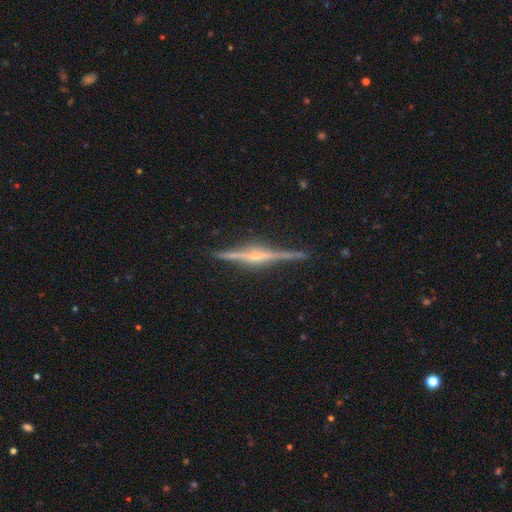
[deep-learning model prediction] smooth_or_featured: featured or disk (p=0.89) [alt: smooth p=0.06]
disk_edge_on: yes (p=0.99) [alt: no p=0.01]
edge_on_bulge: rounded (p=0.76) [alt: boxy p=0.14]
merging: none (p=0.90) [alt: minor disturbance p=0.07]